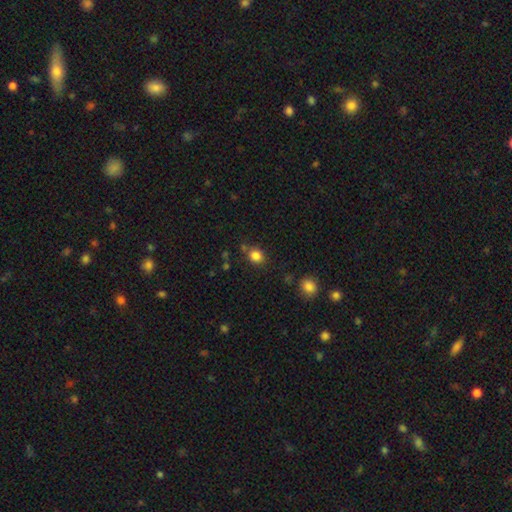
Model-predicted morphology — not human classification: Q: Smooth or featured?
A: smooth (84%); runner-up: star or artifact (12%)
Q: How rounded?
A: round (75%); runner-up: in between (24%)
Q: Merging?
A: none (76%); runner-up: minor disturbance (13%)